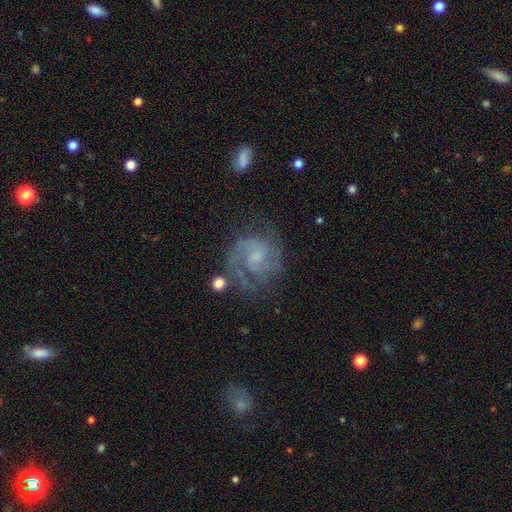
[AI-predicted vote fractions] Overall: featured or disk (84%). Edge-on disk: no (98%). Bar: no (48%; weak 45%). Spiral arms: yes (96%). Spiral arm count: 2 (65%). Spiral winding: medium (48%; tight 39%). Bulge size: small (41%; none 28%). Merging: none (65%).